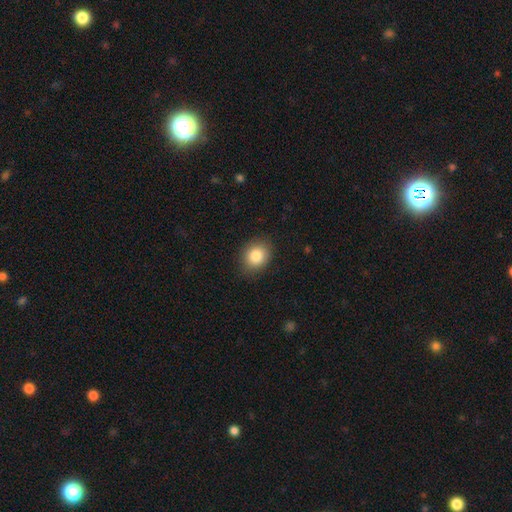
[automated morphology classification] smooth-or-featured: smooth: 83% | star or artifact: 9% | featured or disk: 7%
  how-rounded: round: 63% | in between: 36% | cigar-shaped: 1%
  merging: none: 86% | minor disturbance: 10% | major disturbance: 3% | merger: 1%